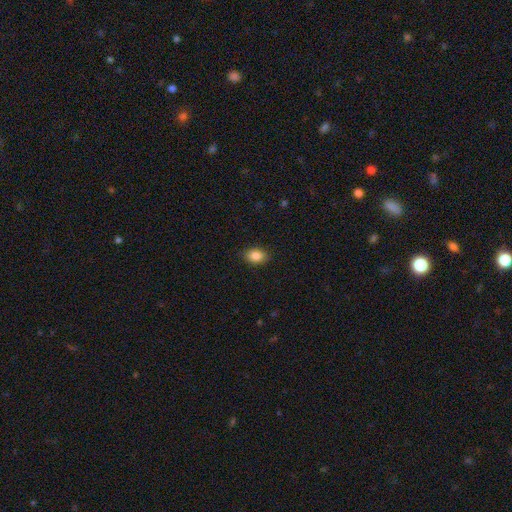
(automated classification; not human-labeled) smooth 86%, star or artifact 9%, featured or disk 5%. Down the decision tree: how rounded — in between (76%); merging — none (88%).